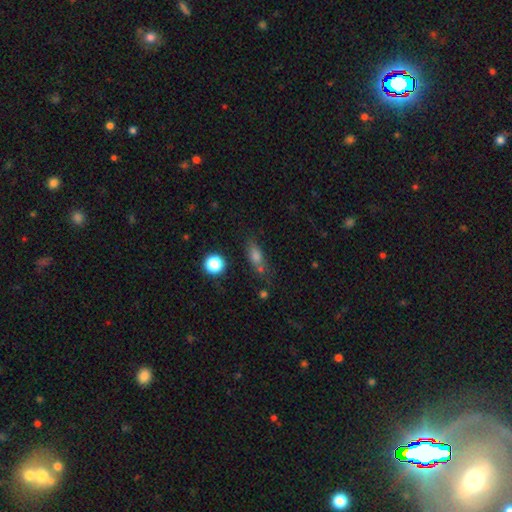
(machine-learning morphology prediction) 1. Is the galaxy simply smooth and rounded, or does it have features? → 71% smooth, 16% star or artifact, 13% featured or disk.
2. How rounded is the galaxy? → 60% in between, 25% cigar-shaped, 15% round.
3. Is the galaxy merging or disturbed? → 58% none, 20% minor disturbance, 13% merger, 9% major disturbance.